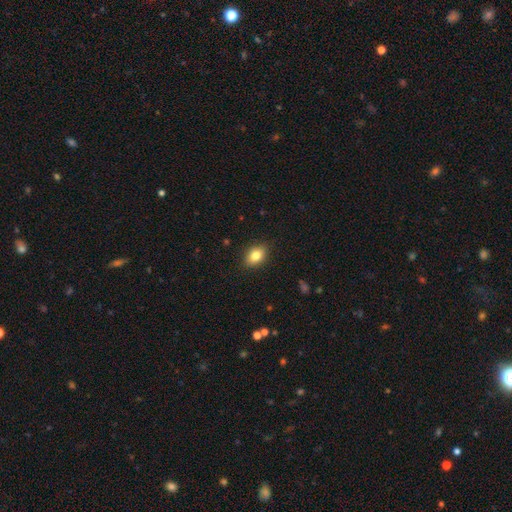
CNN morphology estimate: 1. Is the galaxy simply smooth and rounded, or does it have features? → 81% smooth, 10% featured or disk, 9% star or artifact.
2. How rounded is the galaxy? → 77% in between, 20% round, 2% cigar-shaped.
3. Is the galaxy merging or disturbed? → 88% none, 9% minor disturbance, 2% major disturbance, 1% merger.